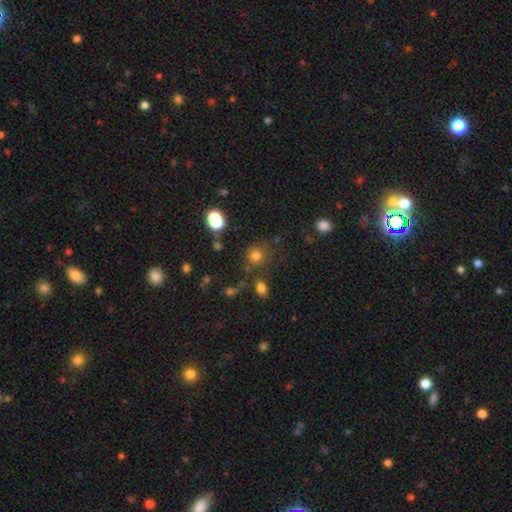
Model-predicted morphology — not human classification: The model was most divided on "smooth or featured": smooth: 75%, star or artifact: 18%, featured or disk: 7%. More confident: how rounded — round (87%); merging — none (74%).